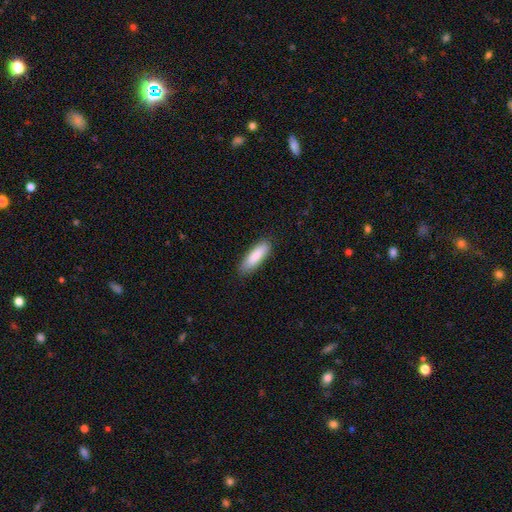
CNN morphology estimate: The model was most divided on "how rounded": cigar-shaped: 53%, in between: 46%, round: 1%. More confident: smooth or featured — smooth (86%); merging — none (84%).